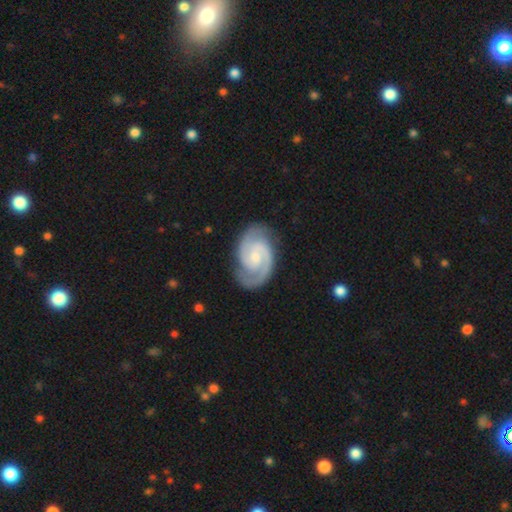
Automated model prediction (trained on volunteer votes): Smooth or featured: featured or disk — 91% (smooth — 5%)
Edge-on disk: no — 98% (yes — 2%)
Bar: no — 47% (weak — 44%)
Spiral arms: yes — 98% (no — 2%)
Spiral winding: tight — 48% (medium — 46%)
Spiral arm count: 2 — 92% (can't tell — 2%)
Bulge size: small — 53% (moderate — 34%)
Merging: none — 81% (minor disturbance — 14%)